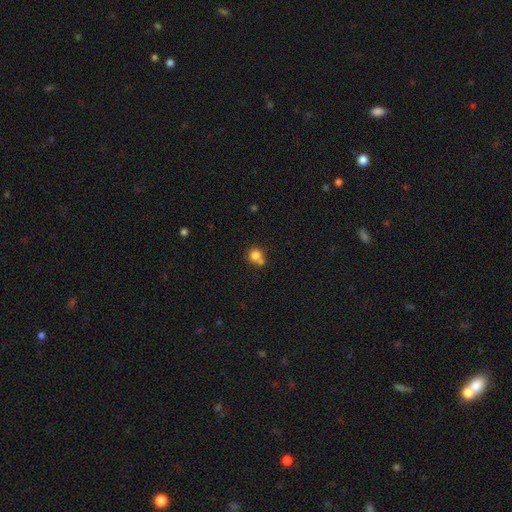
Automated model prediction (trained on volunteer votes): A smooth galaxy with no disk features (78%) that is round (87%). Merging: none (49%).